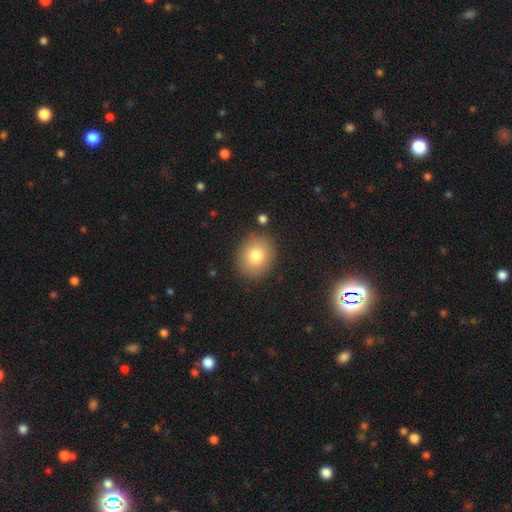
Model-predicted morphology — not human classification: A smooth galaxy with no disk features (80%) that is round (70%).

Vote fractions:
- Smooth or featured? smooth: 80% / featured or disk: 10% / star or artifact: 10%
- How rounded? round: 70% / in between: 29% / cigar-shaped: 1%
- Merging? none: 87% / minor disturbance: 8% / major disturbance: 3% / merger: 2%